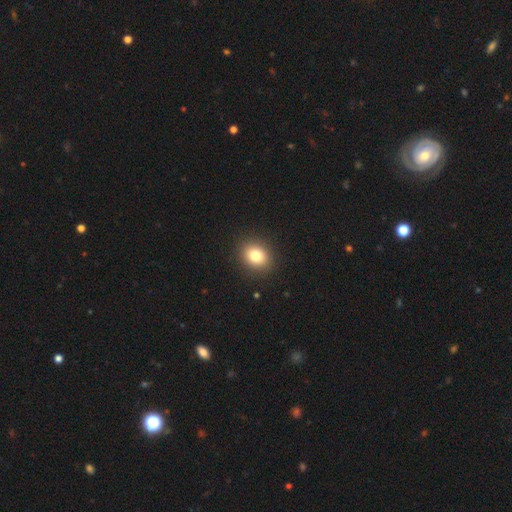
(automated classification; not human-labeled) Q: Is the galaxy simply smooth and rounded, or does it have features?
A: smooth — 80%.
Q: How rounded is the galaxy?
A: round — 57%.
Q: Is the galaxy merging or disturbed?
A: none — 91%.